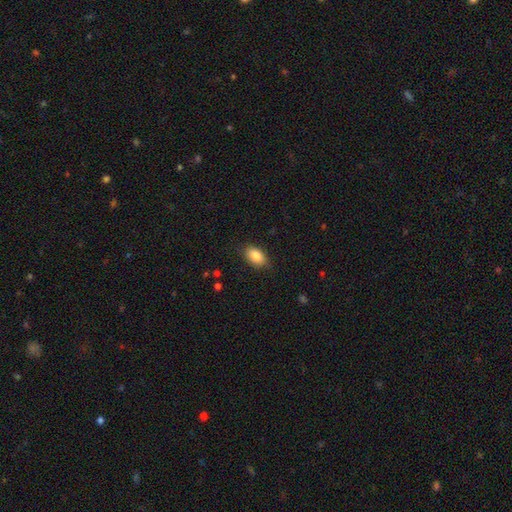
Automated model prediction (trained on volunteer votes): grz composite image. It shows a smooth galaxy with no disk features (85%) that is in between round and cigar-shaped (90%). Merging: none (81%).